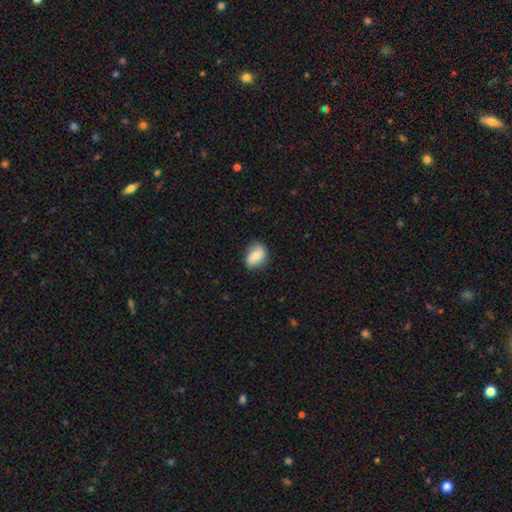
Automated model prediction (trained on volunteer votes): Q: Smooth or featured?
A: smooth (69%); runner-up: featured or disk (24%)
Q: How rounded?
A: in between (69%); runner-up: round (29%)
Q: Merging?
A: none (79%); runner-up: minor disturbance (17%)